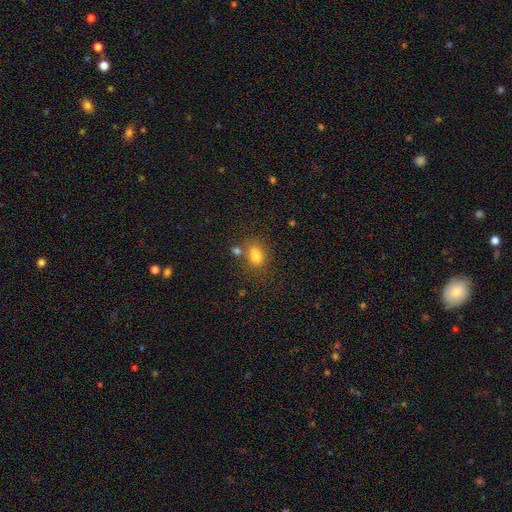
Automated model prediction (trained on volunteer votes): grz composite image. It shows a smooth galaxy with no disk features (73%) that is in between round and cigar-shaped (62%). Merging: none (48%).